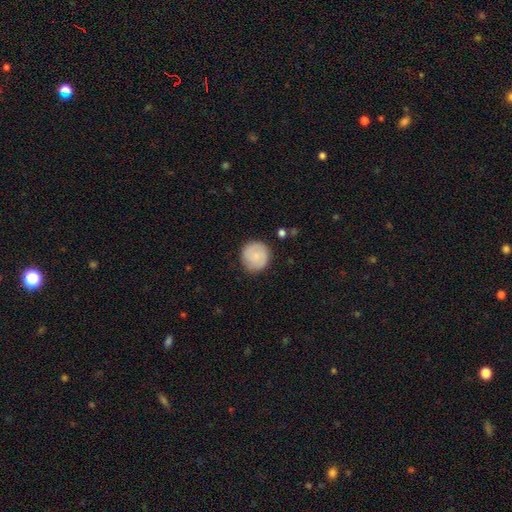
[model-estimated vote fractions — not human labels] Q: Smooth or featured?
A: smooth (79%); runner-up: featured or disk (14%)
Q: How rounded?
A: round (93%); runner-up: in between (6%)
Q: Merging?
A: none (84%); runner-up: minor disturbance (12%)